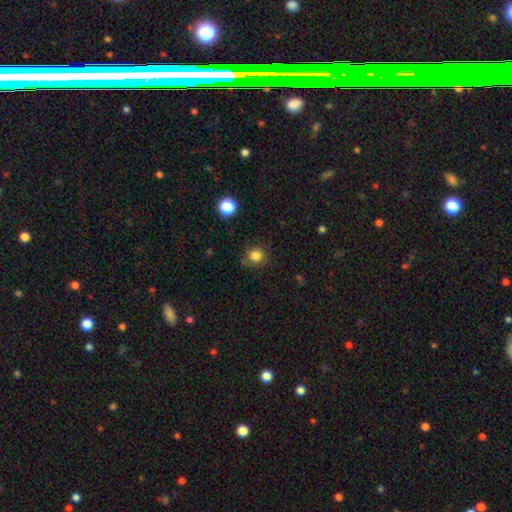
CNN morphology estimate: This appears to be a smooth galaxy with no disk features (82%) that is round (89%). Merging: none (80%).